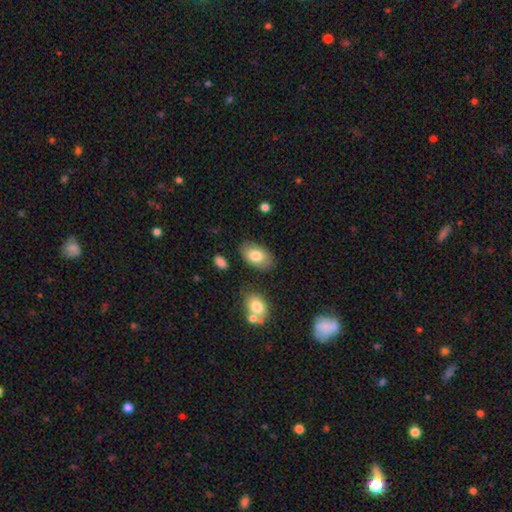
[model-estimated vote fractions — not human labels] smooth-or-featured: smooth: 78% | featured or disk: 15% | star or artifact: 7%
  how-rounded: in between: 91% | round: 7% | cigar-shaped: 1%
  merging: none: 80% | minor disturbance: 13% | merger: 4% | major disturbance: 3%